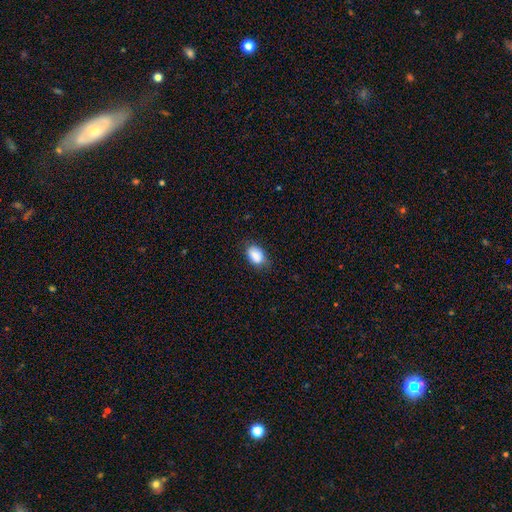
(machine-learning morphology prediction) smooth 88%, star or artifact 7%, featured or disk 5%. Down the decision tree: how rounded — in between (87%); merging — none (75%).